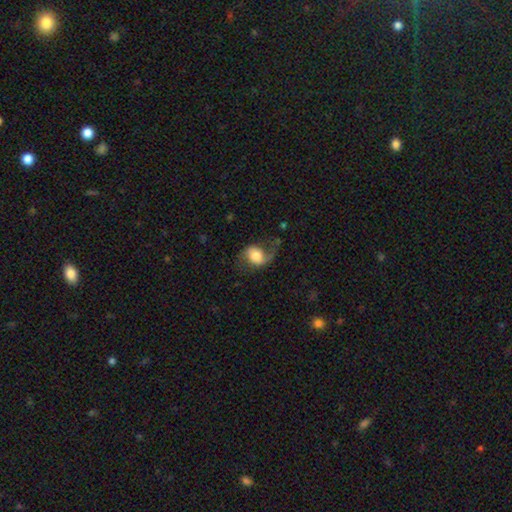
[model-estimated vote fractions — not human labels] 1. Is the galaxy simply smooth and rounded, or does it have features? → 52% featured or disk, 39% smooth, 9% star or artifact.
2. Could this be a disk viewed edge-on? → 96% no, 4% yes.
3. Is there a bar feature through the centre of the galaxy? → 61% no, 30% weak, 9% strong.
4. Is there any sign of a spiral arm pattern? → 88% yes, 12% no.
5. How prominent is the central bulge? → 40% large, 28% moderate, 15% dominant, 10% small, 6% none.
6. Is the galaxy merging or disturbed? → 45% none, 29% major disturbance, 23% minor disturbance, 3% merger.